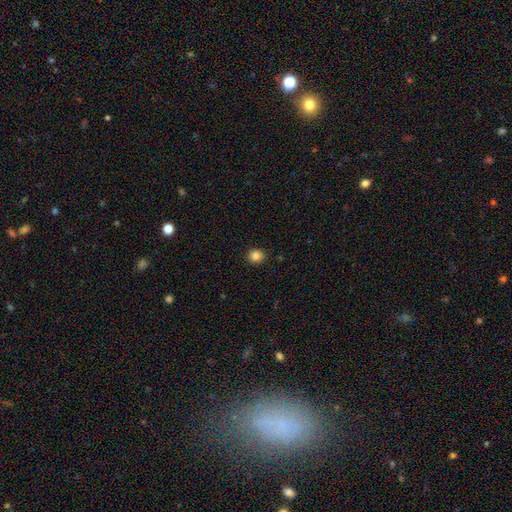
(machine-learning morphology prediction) The model was most divided on "how rounded": round: 83%, in between: 16%, cigar-shaped: 1%. More confident: merging — none (90%); smooth or featured — smooth (85%).